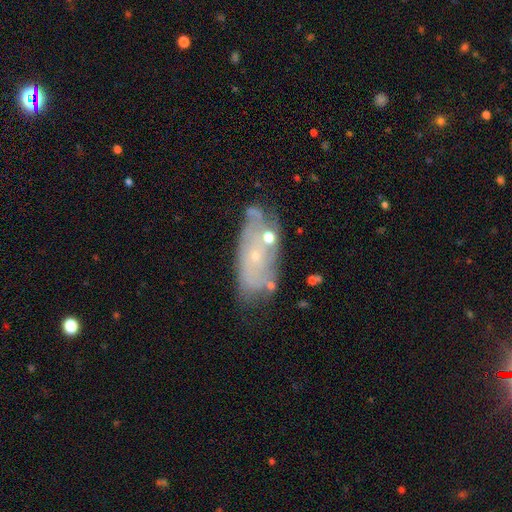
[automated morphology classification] The model was most divided on "spiral arms": no: 54%, yes: 46%. More confident: edge-on disk — no (88%); bar — no (87%); bulge size — small (80%); smooth or featured — featured or disk (61%); merging — none (59%).